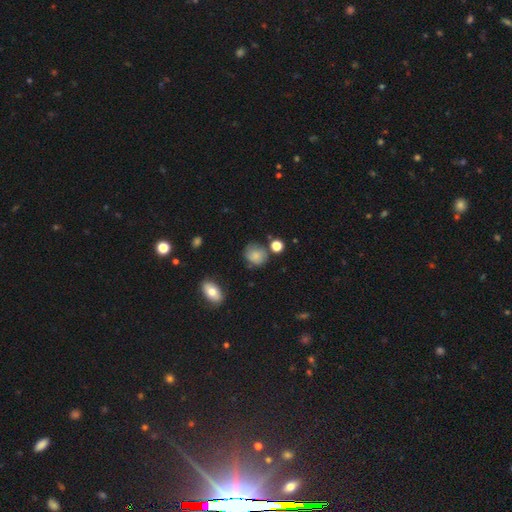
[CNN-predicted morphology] Smooth or featured: smooth — 80% (star or artifact — 11%)
How rounded: round — 70% (in between — 29%)
Merging: none — 66% (minor disturbance — 22%)